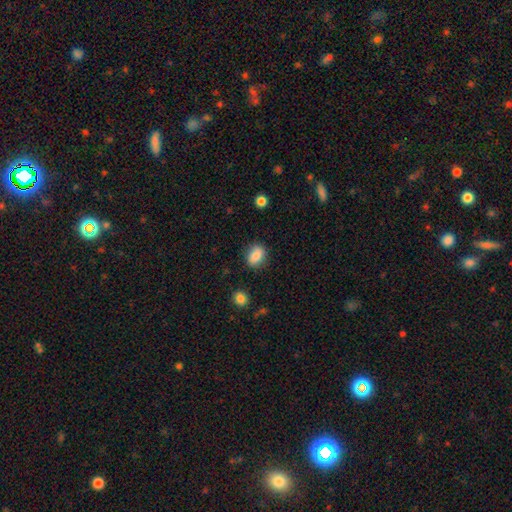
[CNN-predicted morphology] This appears to be a smooth galaxy with no disk features (84%) that is in between round and cigar-shaped (62%). Merging: none (84%).